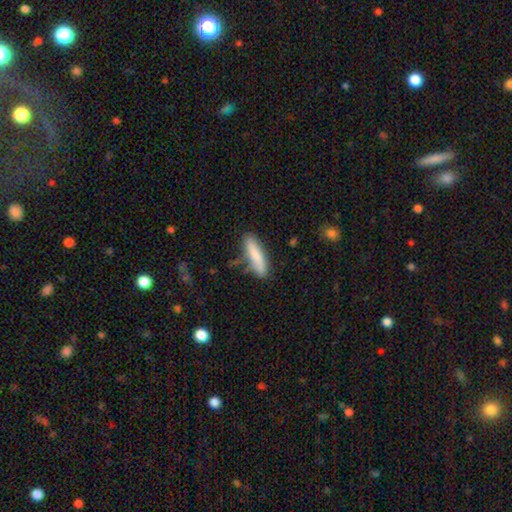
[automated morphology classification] Overall: smooth (80%). How rounded: cigar-shaped (71%). Merging: none (71%).